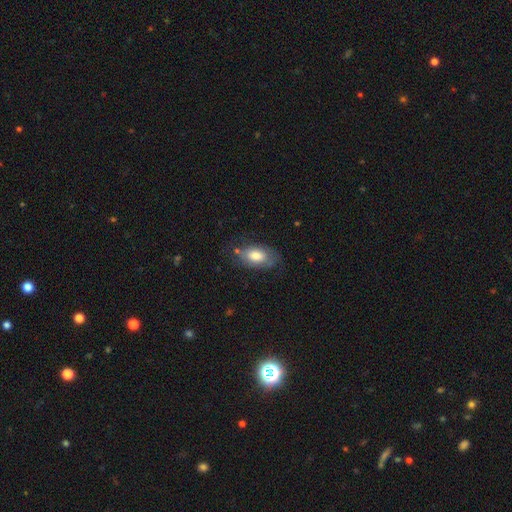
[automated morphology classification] smooth-or-featured: smooth: 68% | featured or disk: 25% | star or artifact: 7%
  how-rounded: in between: 92% | round: 5% | cigar-shaped: 3%
  merging: none: 64% | minor disturbance: 24% | major disturbance: 10% | merger: 2%